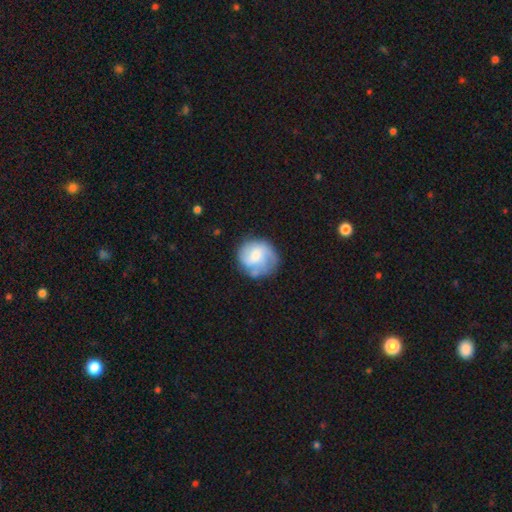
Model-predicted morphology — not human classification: The model was most divided on "smooth or featured": featured or disk: 47%, smooth: 46%, star or artifact: 7%. More confident: merging — none (58%).